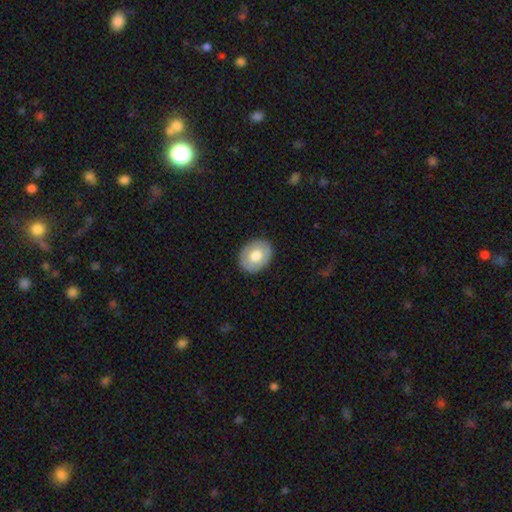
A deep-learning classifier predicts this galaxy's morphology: type=smooth (68%); roundness=in between (67%); merging=none (87%).